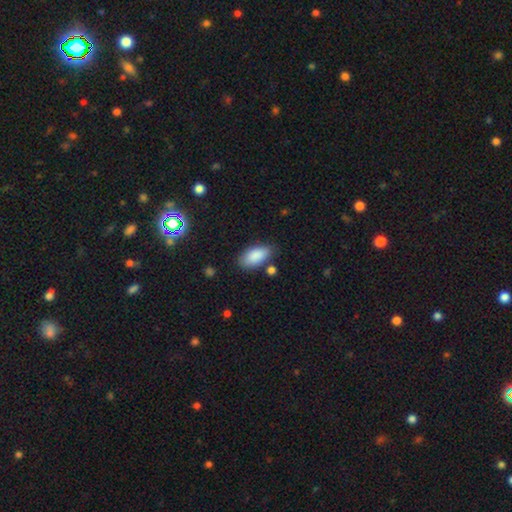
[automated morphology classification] smooth 88%, star or artifact 7%, featured or disk 6%. Down the decision tree: how rounded — in between (92%); merging — none (77%).